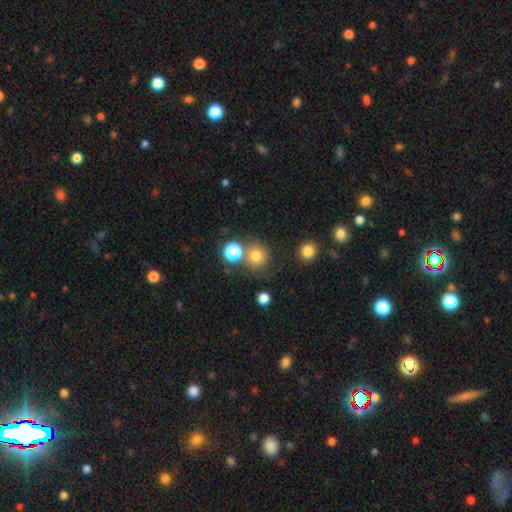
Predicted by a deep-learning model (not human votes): Morphology: type=smooth (73%); roundness=round (89%); merging=none (69%).